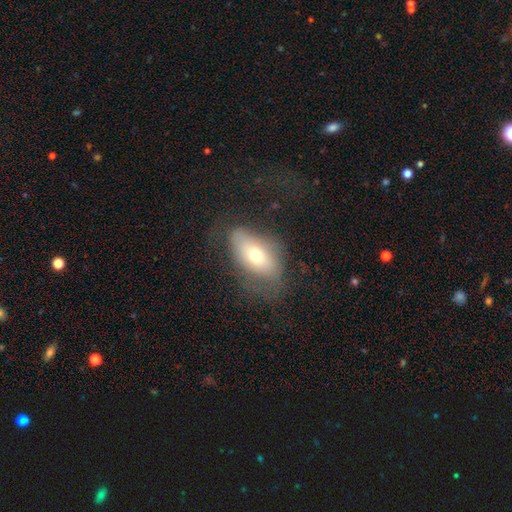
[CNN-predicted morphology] type=smooth (63%); roundness=in between (87%); merging=none (52%).